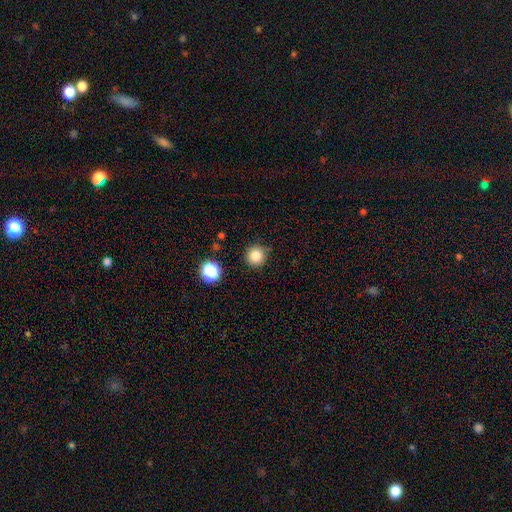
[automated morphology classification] This is clearly a smooth galaxy (82%). How rounded: clearly round (93%). Merging: clearly none (87%).